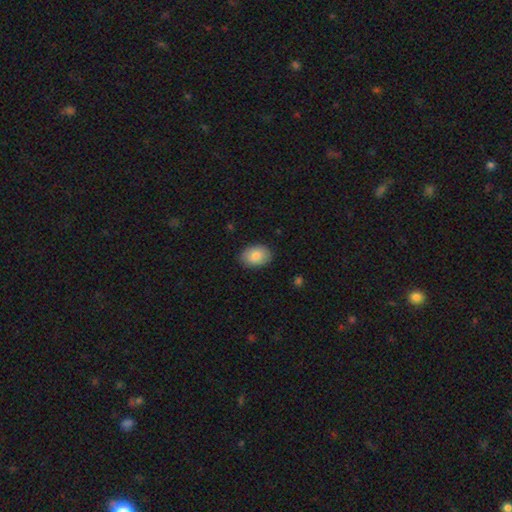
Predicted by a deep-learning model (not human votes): Smooth or featured: smooth — 84% (featured or disk — 9%)
How rounded: in between — 81% (round — 18%)
Merging: none — 86% (minor disturbance — 11%)